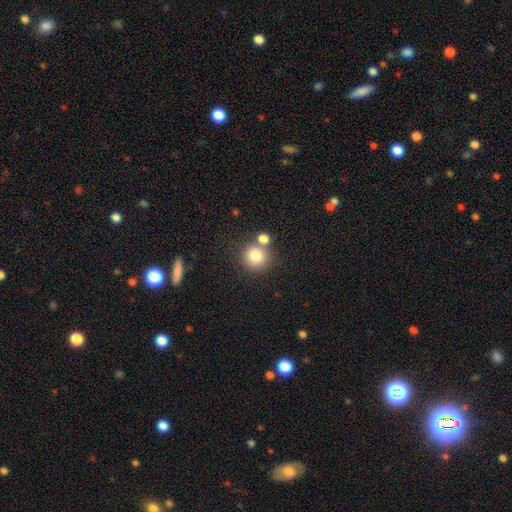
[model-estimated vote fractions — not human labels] smooth_or_featured: smooth (p=0.81) [alt: star or artifact p=0.11]
how_rounded: round (p=0.89) [alt: in between p=0.10]
merging: none (p=0.63) [alt: merger p=0.24]